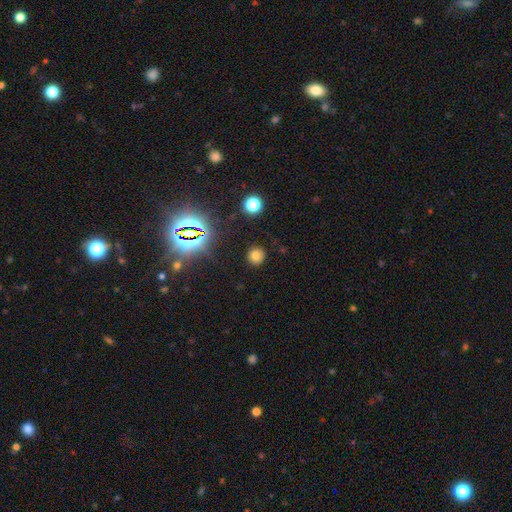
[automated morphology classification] The model was most divided on "smooth or featured": smooth: 71%, star or artifact: 21%, featured or disk: 8%. More confident: how rounded — round (89%); merging — none (89%).